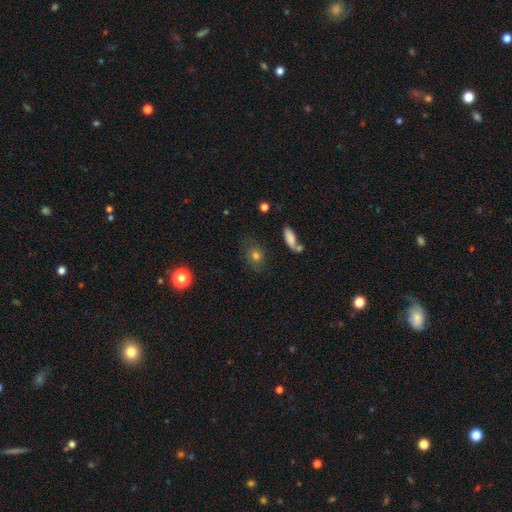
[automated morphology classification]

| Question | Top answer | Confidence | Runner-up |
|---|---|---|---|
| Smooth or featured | smooth | 71% | featured or disk (16%) |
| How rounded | in between | 53% | round (44%) |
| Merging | none | 70% | minor disturbance (18%) |